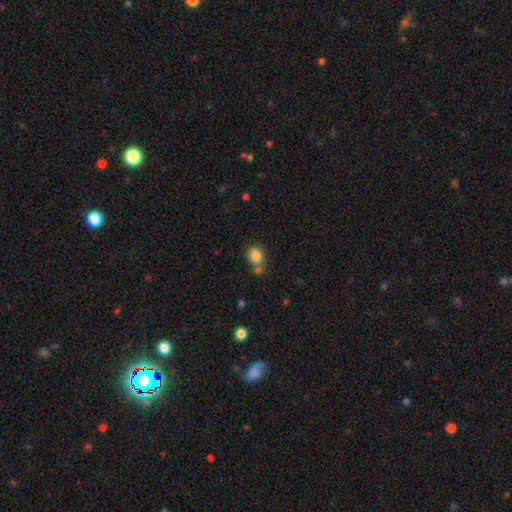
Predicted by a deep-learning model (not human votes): A smooth galaxy with no disk features (85%) that is round (55%).

Vote fractions:
- Smooth or featured? smooth: 85% / star or artifact: 10% / featured or disk: 5%
- How rounded? round: 55% / in between: 44% / cigar-shaped: 1%
- Merging? none: 58% / merger: 25% / minor disturbance: 13% / major disturbance: 4%